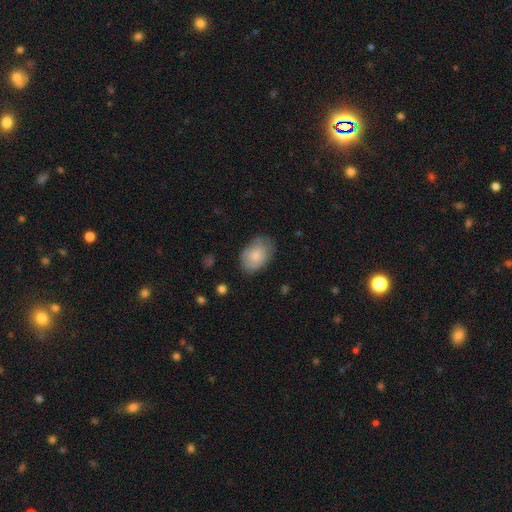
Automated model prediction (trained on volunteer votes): This appears to be a smooth galaxy with no disk features (72%) that is in between round and cigar-shaped (85%). Merging: none (70%).